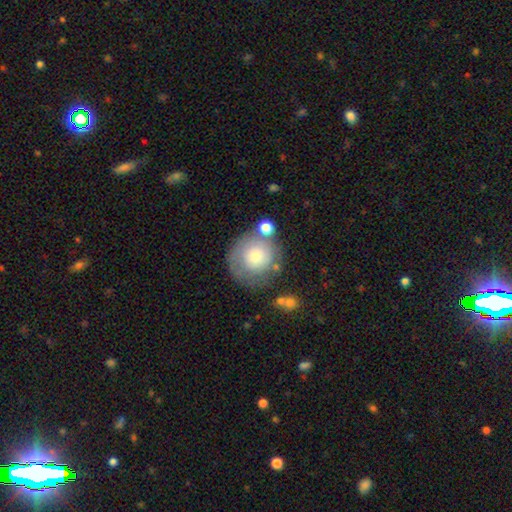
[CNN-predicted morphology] Smooth or featured?
  - smooth: 67% *
  - featured or disk: 25%
  - star or artifact: 8%
How rounded?
  - round: 91% *
  - in between: 8%
  - cigar-shaped: 1%
Merging?
  - none: 64% *
  - minor disturbance: 18%
  - merger: 10%
  - major disturbance: 9%